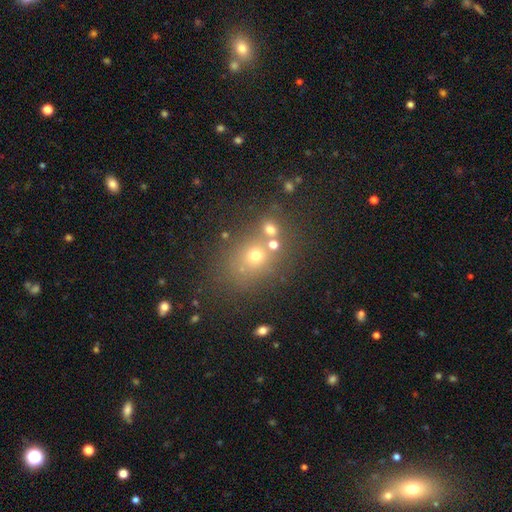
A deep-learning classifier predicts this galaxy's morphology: Smooth or featured?
  - smooth: 60% *
  - star or artifact: 24%
  - featured or disk: 16%
How rounded?
  - round: 63% *
  - in between: 36%
  - cigar-shaped: 1%
Merging?
  - none: 60% *
  - merger: 22%
  - minor disturbance: 12%
  - major disturbance: 6%